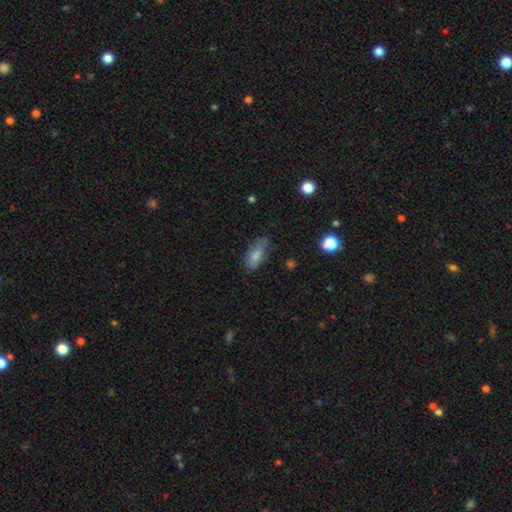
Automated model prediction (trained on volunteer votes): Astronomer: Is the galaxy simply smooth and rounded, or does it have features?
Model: smooth — 74%.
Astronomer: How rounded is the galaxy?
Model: in between — 84%.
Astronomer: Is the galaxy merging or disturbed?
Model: none — 58%.